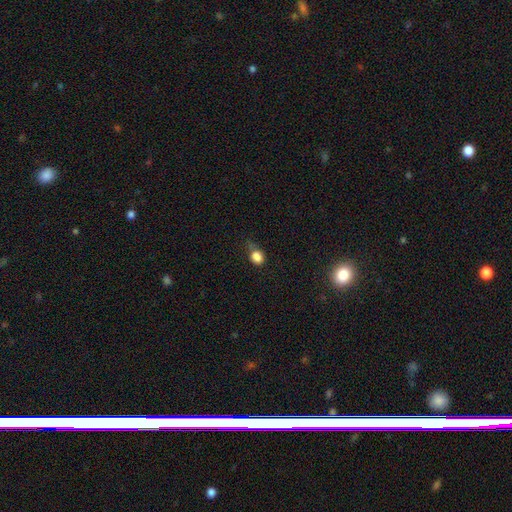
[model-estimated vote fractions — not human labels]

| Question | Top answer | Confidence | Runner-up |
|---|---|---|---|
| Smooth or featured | smooth | 83% | star or artifact (12%) |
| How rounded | round | 59% | in between (40%) |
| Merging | none | 51% | minor disturbance (33%) |